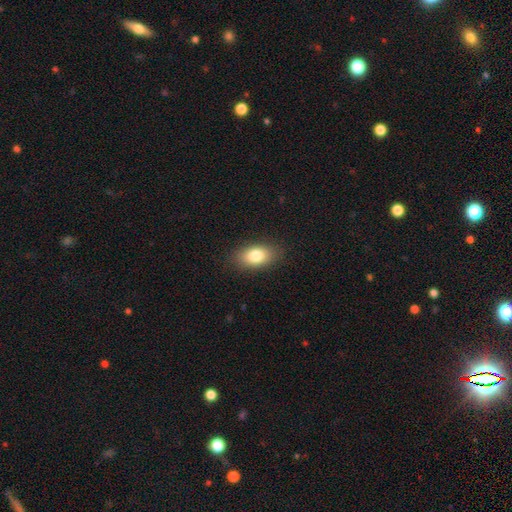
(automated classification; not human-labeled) Smooth or featured? smooth (81%)
How rounded? in between (90%)
Merging? none (86%)